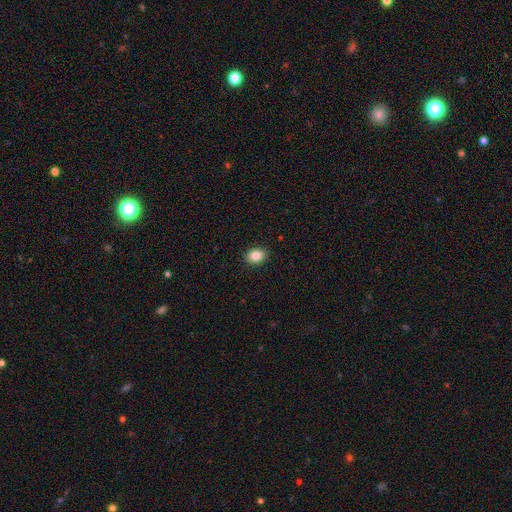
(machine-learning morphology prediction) smooth 85%, star or artifact 9%, featured or disk 7%. Down the decision tree: how rounded — in between (69%); merging — none (90%).